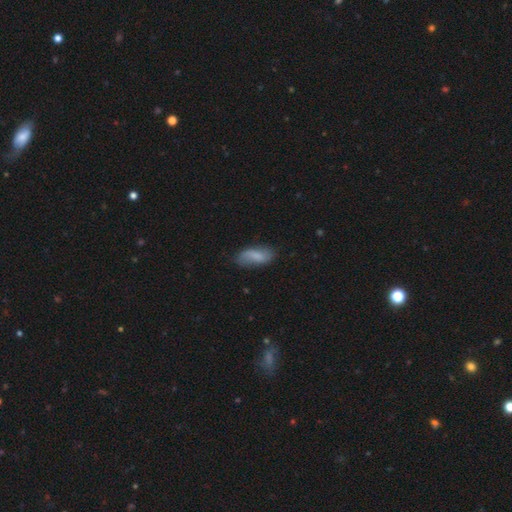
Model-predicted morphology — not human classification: The model was most divided on "smooth or featured": smooth: 66%, featured or disk: 26%, star or artifact: 7%. More confident: how rounded — in between (85%); merging — none (70%).